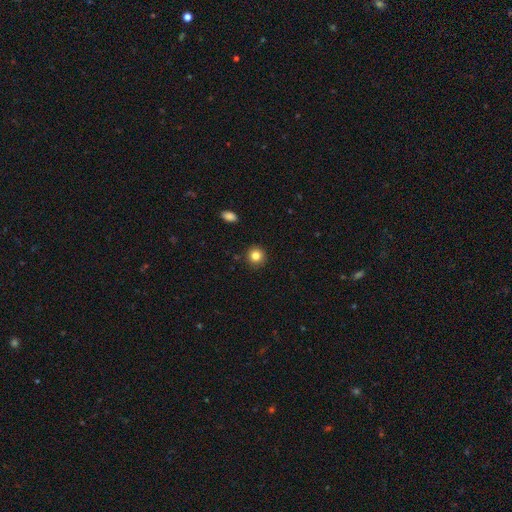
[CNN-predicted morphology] The model was most divided on "smooth or featured": smooth: 83%, star or artifact: 11%, featured or disk: 6%. More confident: how rounded — round (93%); merging — none (91%).